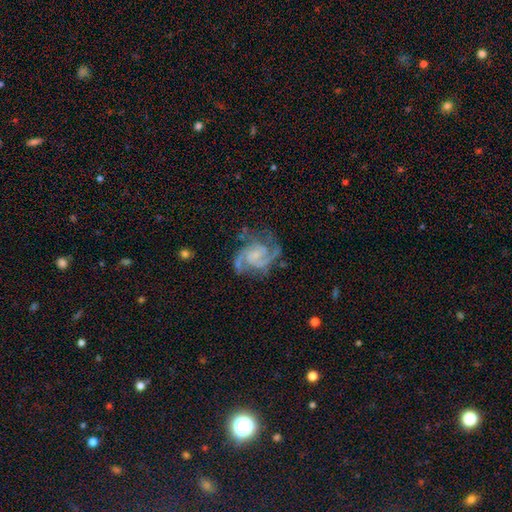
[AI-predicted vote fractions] Overall: featured or disk (90%). Edge-on disk: no (98%). Bar: no (49%; weak 41%). Spiral arms: yes (98%). Spiral arm count: 2 (60%; 3 23%). Spiral winding: medium (54%; tight 33%). Bulge size: small (41%; none 39%). Merging: none (66%).